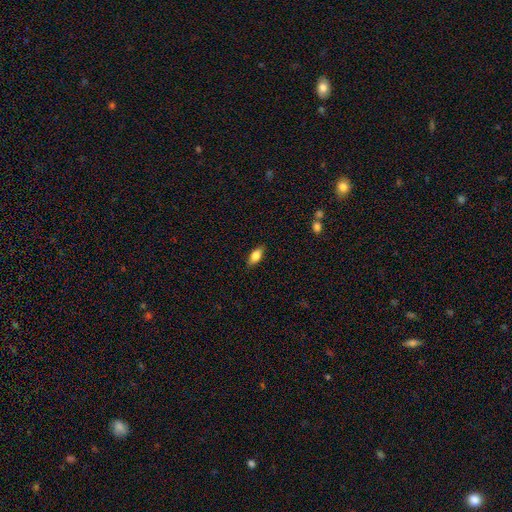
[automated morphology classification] Overall: smooth (79%). How rounded: in between (84%). Merging: none (86%).